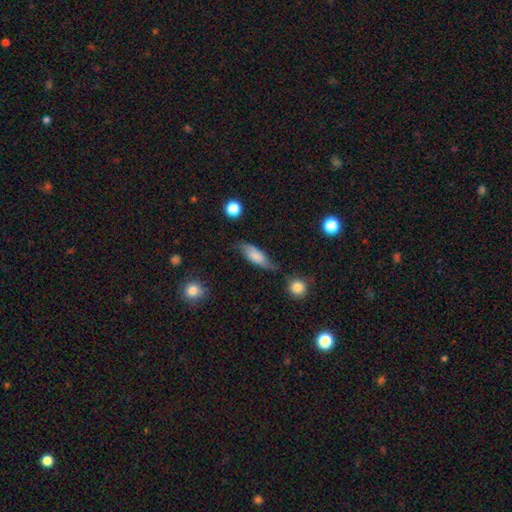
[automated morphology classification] smooth-or-featured: smooth: 63% | featured or disk: 28% | star or artifact: 8%
  how-rounded: in between: 64% | cigar-shaped: 32% | round: 4%
  merging: none: 53% | minor disturbance: 31% | major disturbance: 9% | merger: 6%